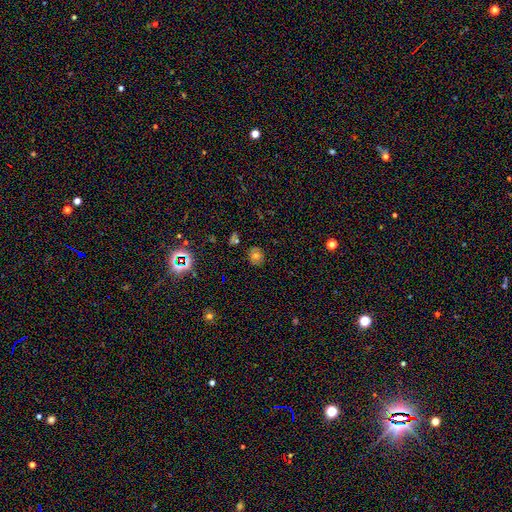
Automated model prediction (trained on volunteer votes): smooth 62%, star or artifact 21%, featured or disk 17%. Down the decision tree: how rounded — round (79%); merging — none (84%).